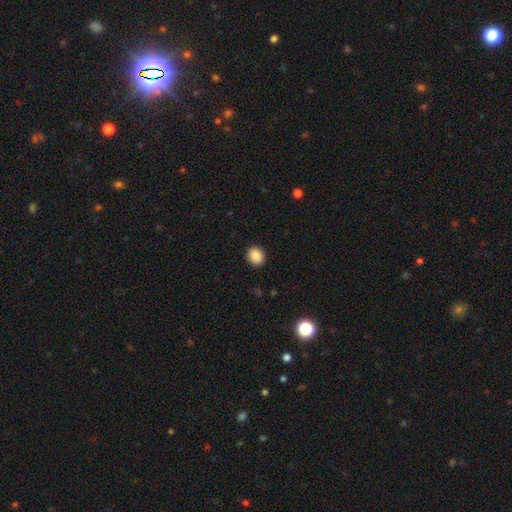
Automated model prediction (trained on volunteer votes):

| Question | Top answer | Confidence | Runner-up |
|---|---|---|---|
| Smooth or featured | smooth | 89% | star or artifact (9%) |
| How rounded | round | 70% | in between (29%) |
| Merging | none | 90% | minor disturbance (7%) |